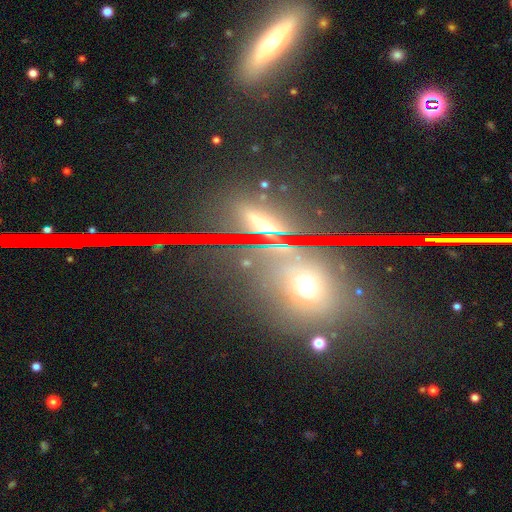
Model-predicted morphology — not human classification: Smooth or featured? Predicted: star or artifact (p=0.57).